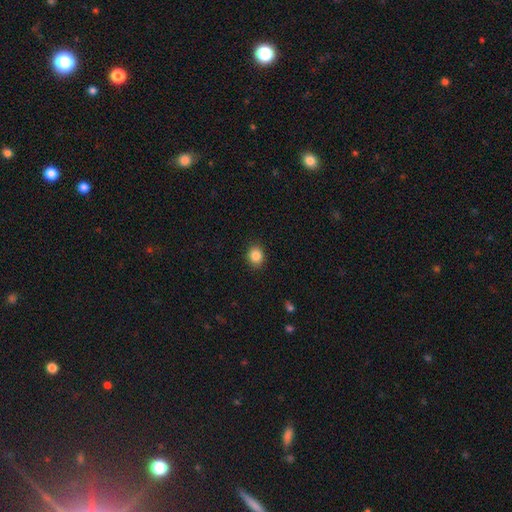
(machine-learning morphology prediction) type=smooth (86%); roundness=round (61%); merging=none (90%).